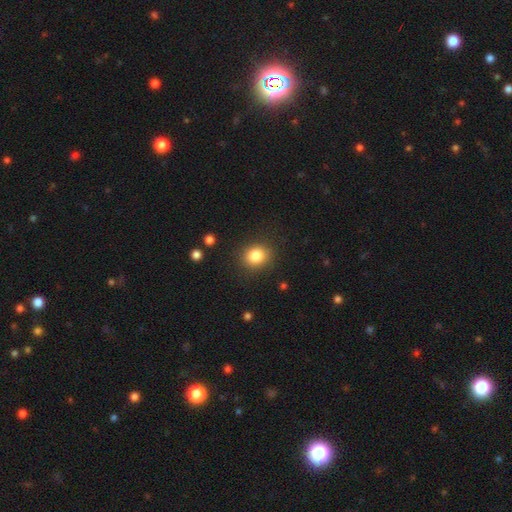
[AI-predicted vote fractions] Smooth or featured? Predicted: smooth (p=0.83). How rounded? Predicted: round (p=0.70). Merging? Predicted: none (p=0.87).